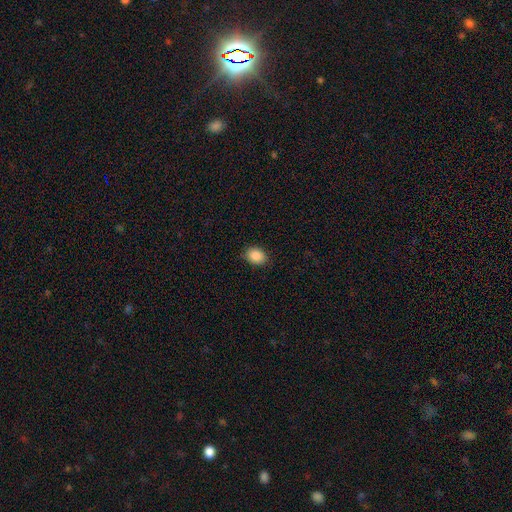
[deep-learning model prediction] smooth-or-featured: smooth: 88% | star or artifact: 8% | featured or disk: 4%
  how-rounded: in between: 66% | round: 33% | cigar-shaped: 1%
  merging: none: 84% | minor disturbance: 12% | major disturbance: 2% | merger: 1%